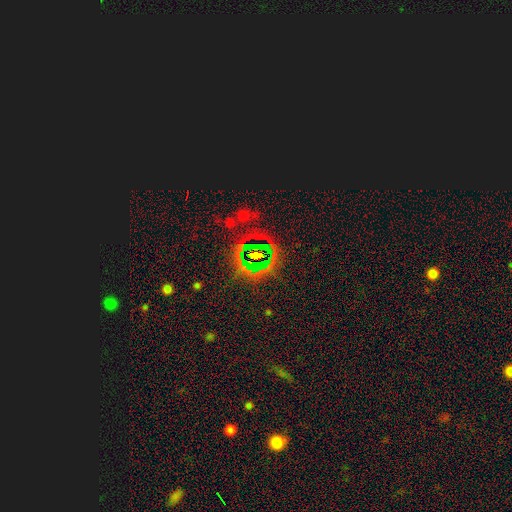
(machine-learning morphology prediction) type=star or artifact (76%).